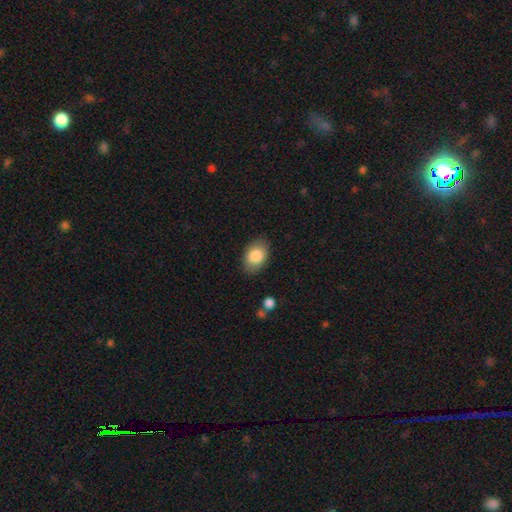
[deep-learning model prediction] This appears to be a smooth galaxy with no disk features (85%) that is in between round and cigar-shaped (86%). Merging: none (84%).